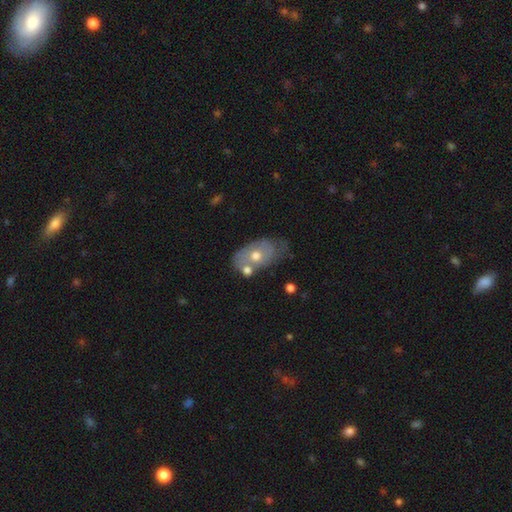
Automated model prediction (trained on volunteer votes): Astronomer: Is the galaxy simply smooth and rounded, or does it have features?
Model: smooth — 47% (runner-up: featured or disk, 45%).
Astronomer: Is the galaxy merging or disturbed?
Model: none — 47% (runner-up: minor disturbance, 26%).